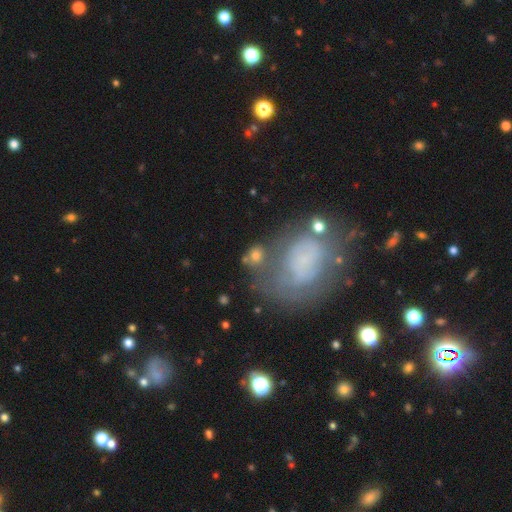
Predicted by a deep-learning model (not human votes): Smooth or featured? Predicted: smooth (p=0.61). How rounded? Predicted: round (p=0.65). Merging? Predicted: none (p=0.58).